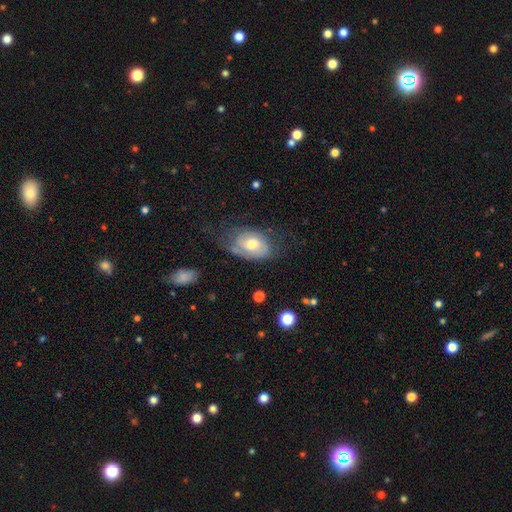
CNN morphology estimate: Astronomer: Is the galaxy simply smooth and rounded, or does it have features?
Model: featured or disk — 46% (runner-up: smooth, 37%).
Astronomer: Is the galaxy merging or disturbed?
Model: none — 59%.